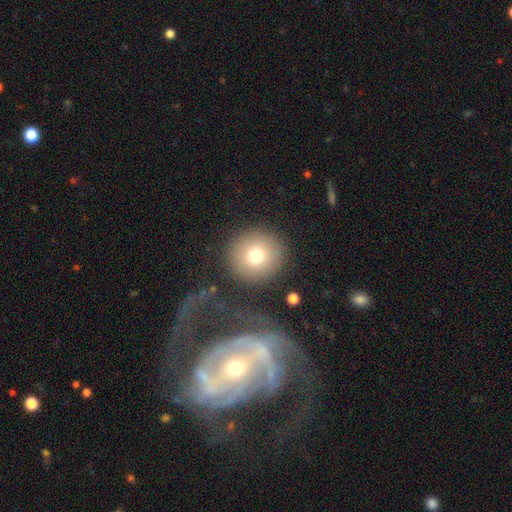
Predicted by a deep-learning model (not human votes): This appears to be a smooth galaxy with no disk features (75%) that is round (94%). Merging: none (87%).